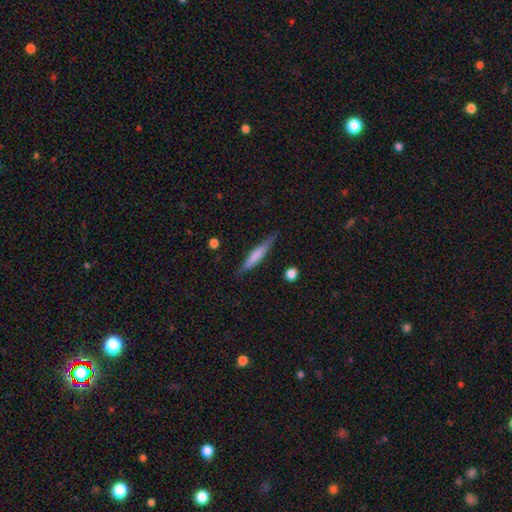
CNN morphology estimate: This is possibly a smooth galaxy (57%). How rounded: clearly cigar-shaped (90%). Merging: clearly none (83%).